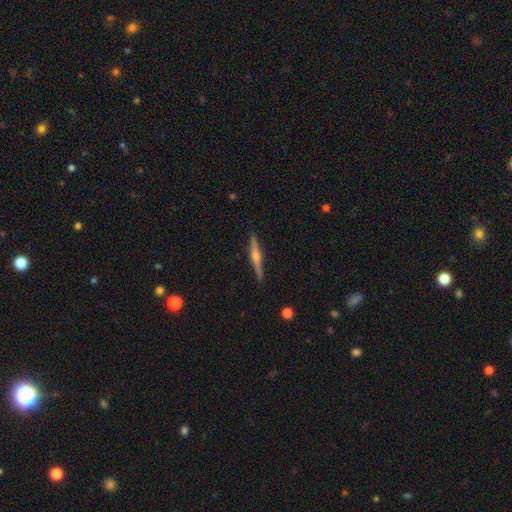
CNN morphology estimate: Overall: featured or disk (79%). Edge-on disk: yes (98%). Edge-on bulge: rounded (85%). Merging: none (91%).